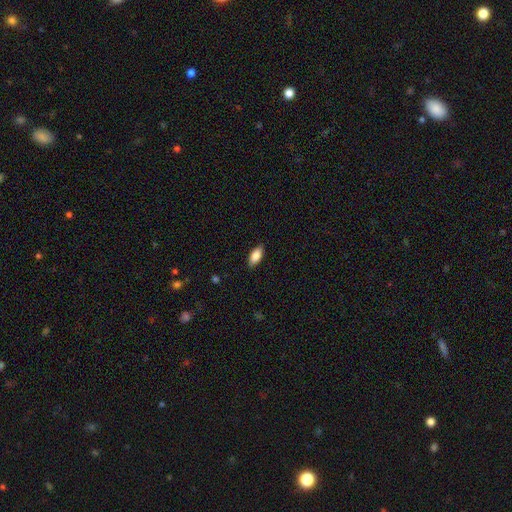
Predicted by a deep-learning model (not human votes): smooth-or-featured: smooth: 85% | featured or disk: 9% | star or artifact: 7%
  how-rounded: in between: 88% | cigar-shaped: 9% | round: 2%
  merging: none: 86% | minor disturbance: 11% | major disturbance: 2% | merger: 1%